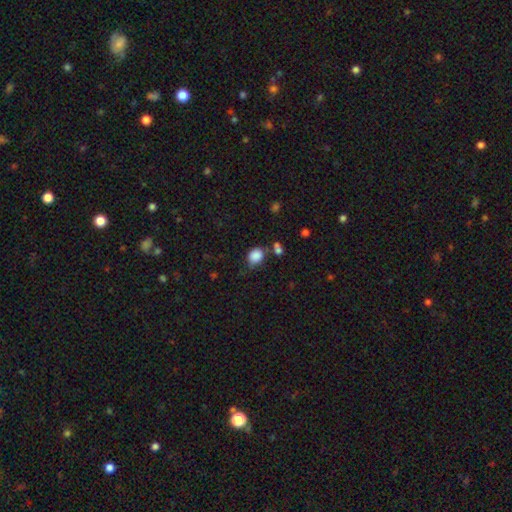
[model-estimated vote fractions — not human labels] A smooth galaxy with no disk features (86%) that is in between round and cigar-shaped (50%). Merging: none (59%).